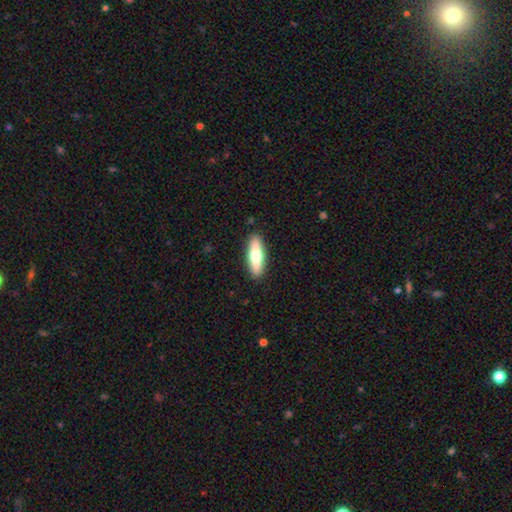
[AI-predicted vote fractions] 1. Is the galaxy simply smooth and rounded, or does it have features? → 55% smooth, 40% featured or disk, 5% star or artifact.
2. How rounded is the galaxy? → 57% cigar-shaped, 41% in between, 2% round.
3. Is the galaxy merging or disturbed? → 90% none, 7% minor disturbance, 2% major disturbance, 1% merger.